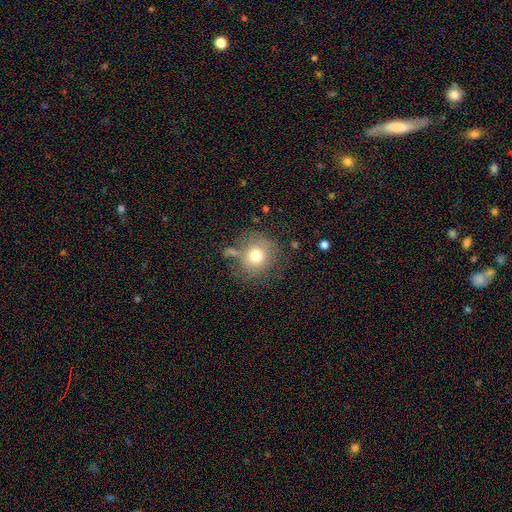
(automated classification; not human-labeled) This appears to be a smooth galaxy with no disk features (72%) that is round (89%). Merging: none (64%).